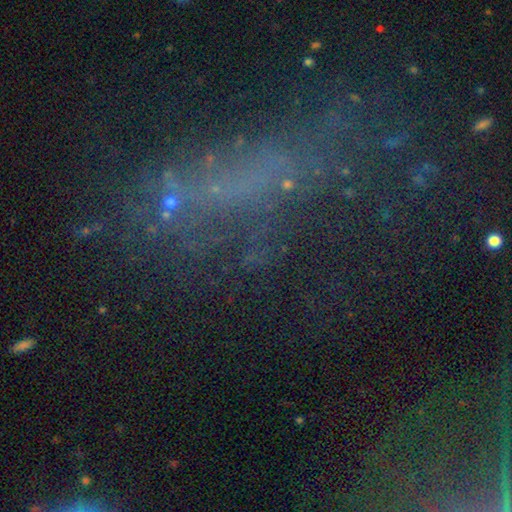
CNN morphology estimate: A star or artifact, not a galaxy (53%).